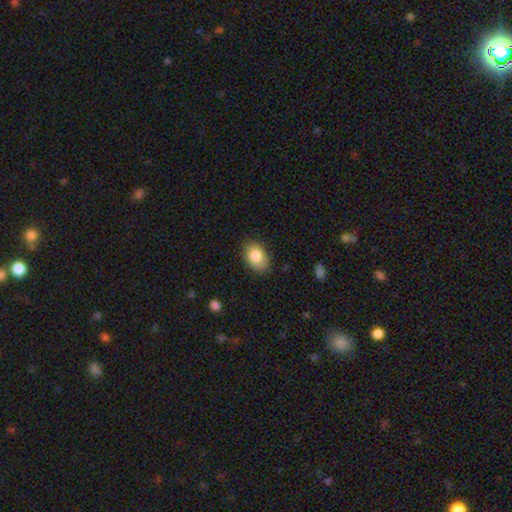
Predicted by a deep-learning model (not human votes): Smooth or featured?
  - smooth: 84% *
  - featured or disk: 9%
  - star or artifact: 7%
How rounded?
  - in between: 83% *
  - round: 16%
  - cigar-shaped: 1%
Merging?
  - none: 84% *
  - minor disturbance: 13%
  - major disturbance: 3%
  - merger: 1%